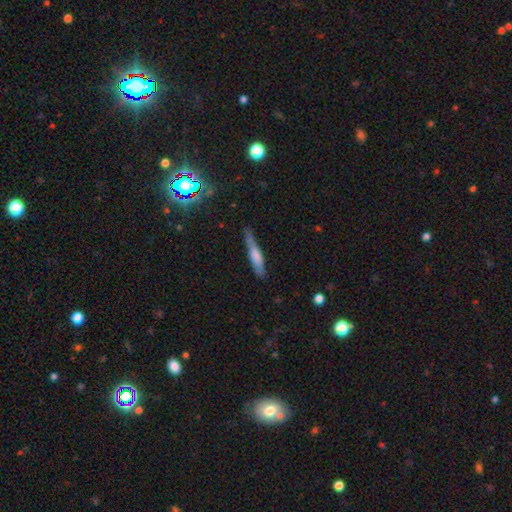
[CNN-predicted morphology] Smooth or featured? smooth (63%)
How rounded? cigar-shaped (87%)
Merging? none (63%)